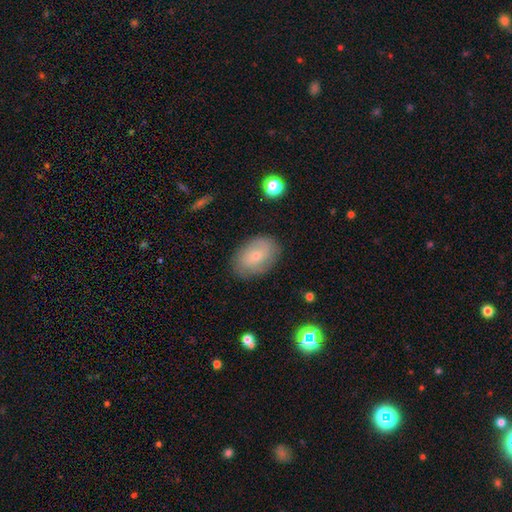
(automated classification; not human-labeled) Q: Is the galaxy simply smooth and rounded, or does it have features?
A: smooth — 54%.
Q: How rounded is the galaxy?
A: in between — 81%.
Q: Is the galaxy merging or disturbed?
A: none — 80%.